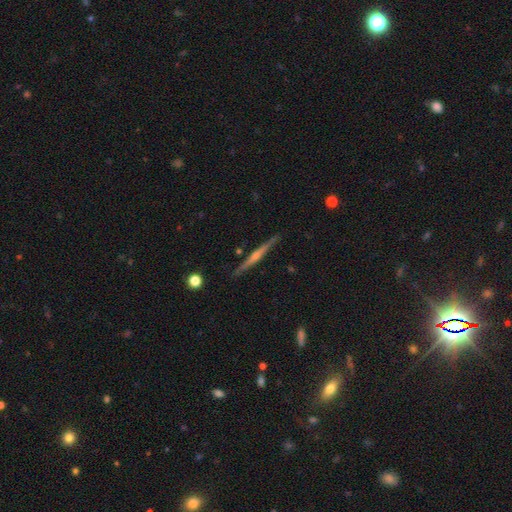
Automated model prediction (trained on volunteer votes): The model was most divided on "edge-on bulge": rounded: 64%, none: 28%, boxy: 8%. More confident: edge-on disk — yes (98%); merging — none (89%); smooth or featured — featured or disk (72%).